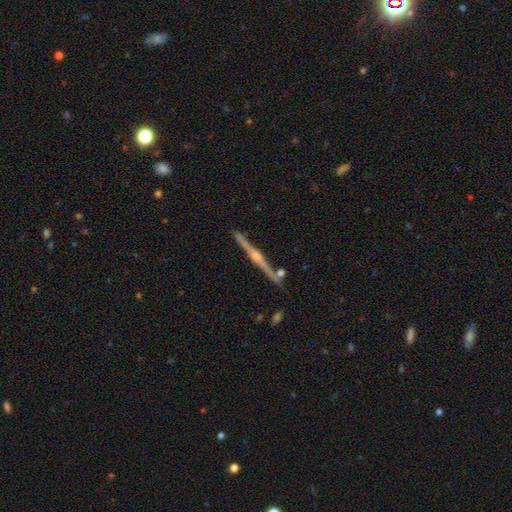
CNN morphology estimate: This appears to be a featured or disk galaxy (86%) viewed edge-on (99%) with a rounded central bulge (90%). Merging: none (87%).